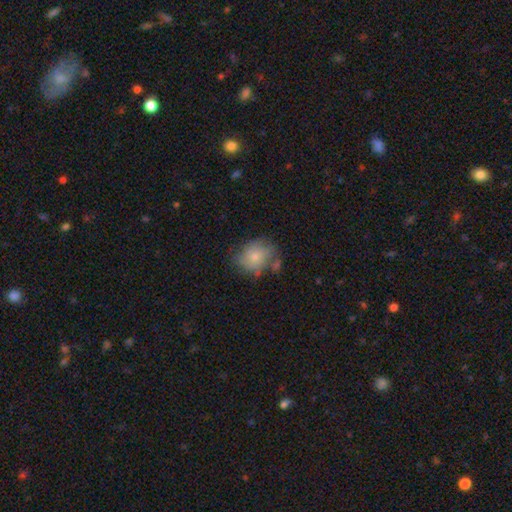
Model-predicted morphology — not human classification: Smooth or featured: smooth — 63% (featured or disk — 27%)
How rounded: round — 60% (in between — 39%)
Merging: none — 59% (minor disturbance — 25%)